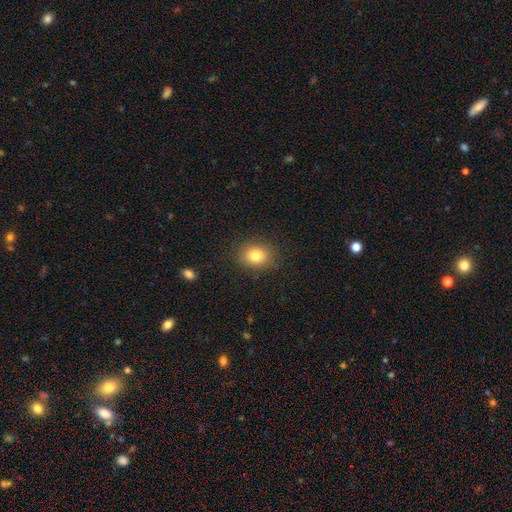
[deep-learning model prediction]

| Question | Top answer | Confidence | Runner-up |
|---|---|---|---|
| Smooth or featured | smooth | 81% | star or artifact (11%) |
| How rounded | round | 60% | in between (39%) |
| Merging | none | 87% | minor disturbance (9%) |